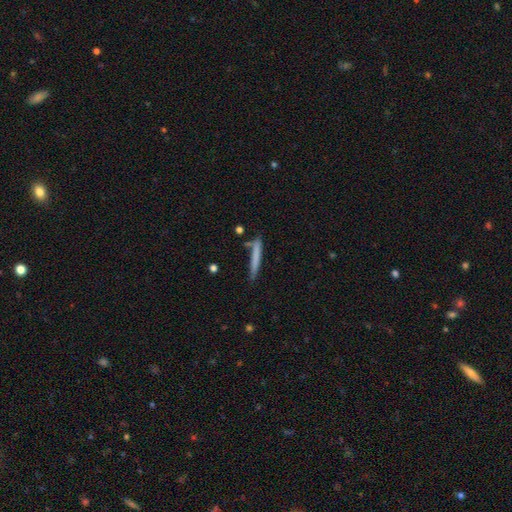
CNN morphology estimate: smooth_or_featured: smooth (p=0.69) [alt: featured or disk p=0.25]
how_rounded: cigar-shaped (p=0.95) [alt: in between p=0.03]
merging: none (p=0.76) [alt: minor disturbance p=0.15]